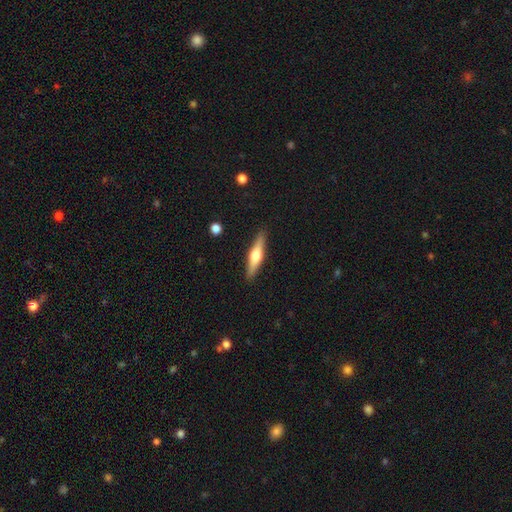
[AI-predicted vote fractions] This is possibly a featured or disk galaxy (55%). It is clearly viewed edge-on (95%). Edge-on bulge: clearly rounded (93%). Merging: clearly none (90%).